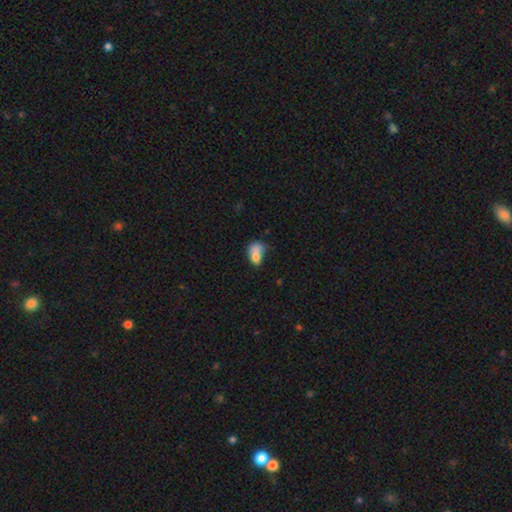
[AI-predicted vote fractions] Smooth or featured?
  - smooth: 74% *
  - featured or disk: 16%
  - star or artifact: 10%
How rounded?
  - in between: 80% *
  - round: 17%
  - cigar-shaped: 3%
Merging?
  - merger: 31% *
  - none: 25%
  - minor disturbance: 24%
  - major disturbance: 20%